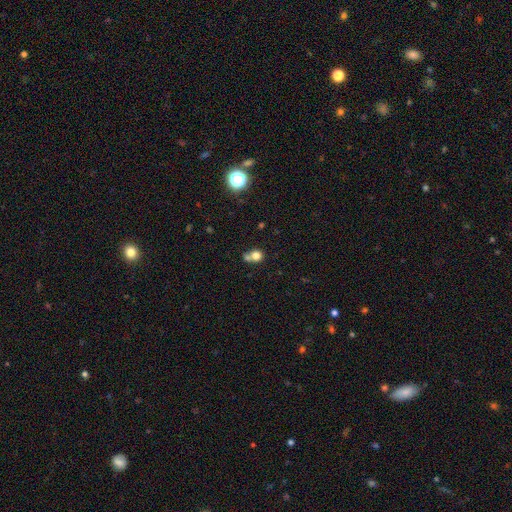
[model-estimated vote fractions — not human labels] Smooth or featured: smooth — 76% (star or artifact — 13%)
How rounded: round — 77% (in between — 22%)
Merging: merger — 43% (none — 40%)